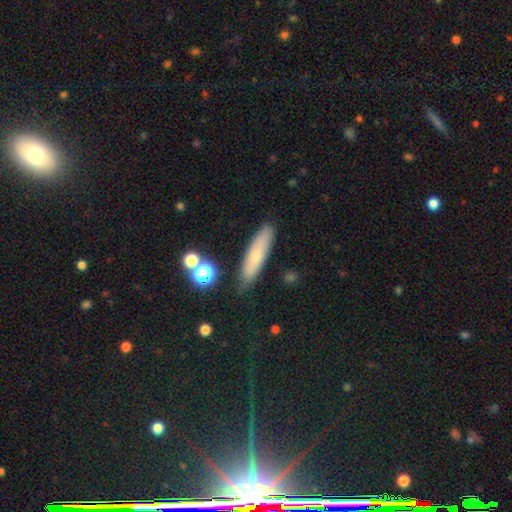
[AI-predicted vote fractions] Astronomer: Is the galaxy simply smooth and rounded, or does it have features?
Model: smooth — 67%.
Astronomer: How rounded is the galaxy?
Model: cigar-shaped — 75%.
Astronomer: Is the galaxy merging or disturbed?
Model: none — 82%.